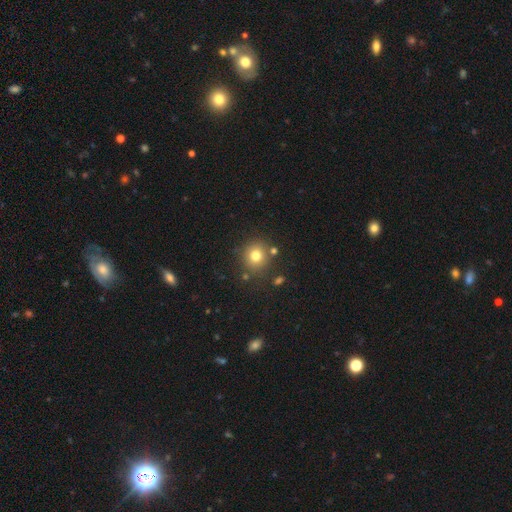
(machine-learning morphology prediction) smooth_or_featured: smooth (p=0.77) [alt: star or artifact p=0.14]
how_rounded: round (p=0.90) [alt: in between p=0.09]
merging: none (p=0.81) [alt: minor disturbance p=0.09]